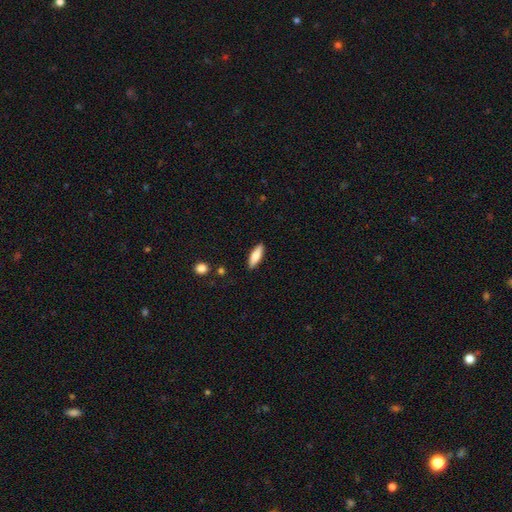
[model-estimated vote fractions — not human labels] Smooth or featured? Predicted: smooth (p=0.73). How rounded? Predicted: cigar-shaped (p=0.50). Merging? Predicted: none (p=0.89).